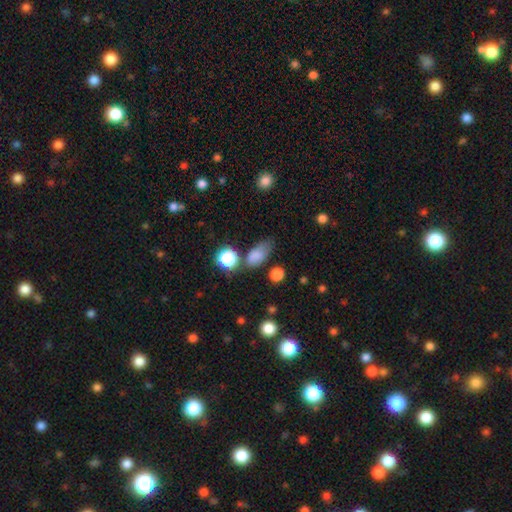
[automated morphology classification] This is likely a smooth galaxy (78%). How rounded: likely in between (80%). Merging: possibly none (53%).